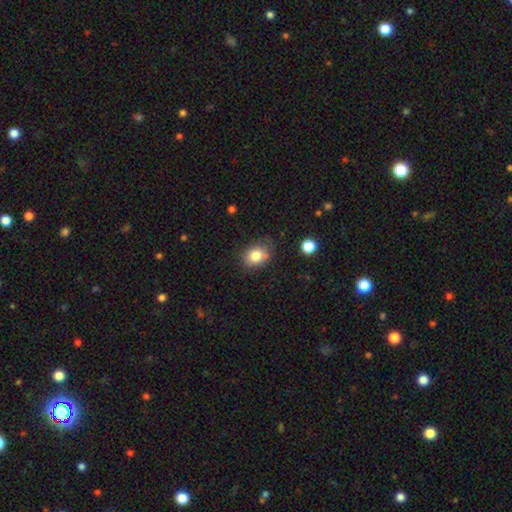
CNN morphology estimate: This is clearly a smooth galaxy (81%). How rounded: possibly in between (56%). Merging: likely none (67%).